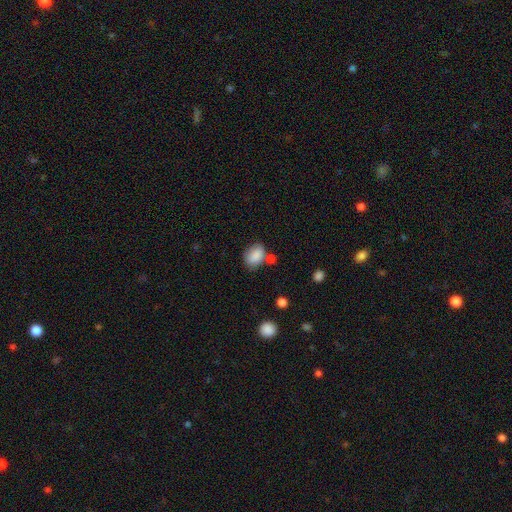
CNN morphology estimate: smooth_or_featured: smooth (p=0.86) [alt: star or artifact p=0.08]
how_rounded: in between (p=0.74) [alt: round p=0.24]
merging: none (p=0.59) [alt: minor disturbance p=0.21]